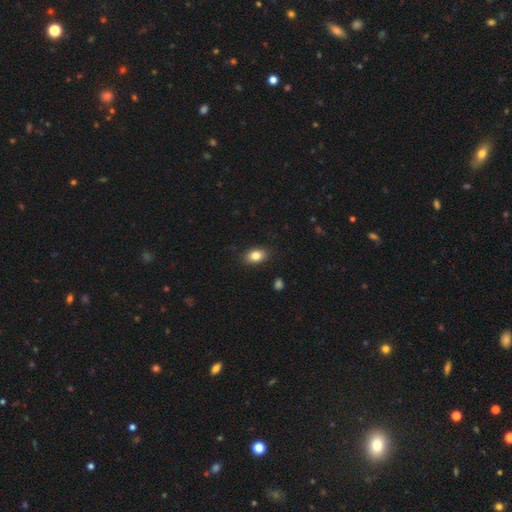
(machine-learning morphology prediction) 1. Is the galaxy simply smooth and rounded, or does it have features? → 83% smooth, 9% star or artifact, 8% featured or disk.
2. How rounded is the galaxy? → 84% in between, 14% round, 2% cigar-shaped.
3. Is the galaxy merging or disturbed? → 87% none, 10% minor disturbance, 2% major disturbance, 1% merger.